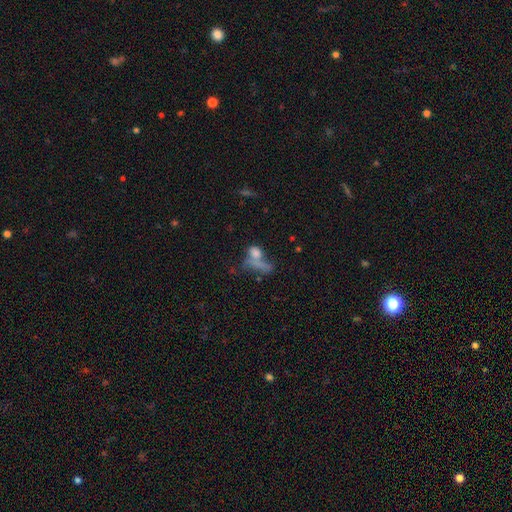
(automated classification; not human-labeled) Smooth or featured: smooth — 65% (featured or disk — 20%)
How rounded: in between — 51% (round — 33%)
Merging: merger — 41% (none — 27%)